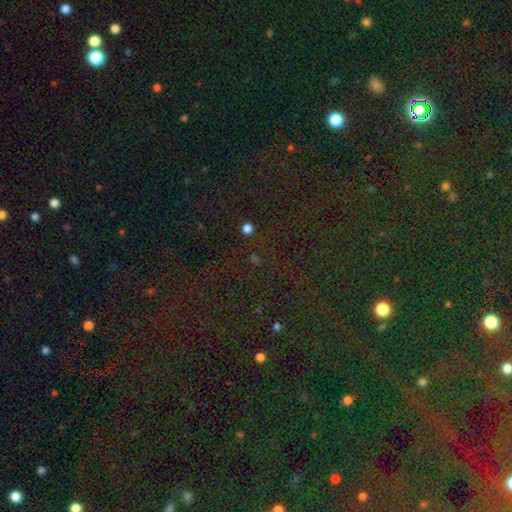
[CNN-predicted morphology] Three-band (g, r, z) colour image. It shows a star or artifact, not a galaxy (82%).